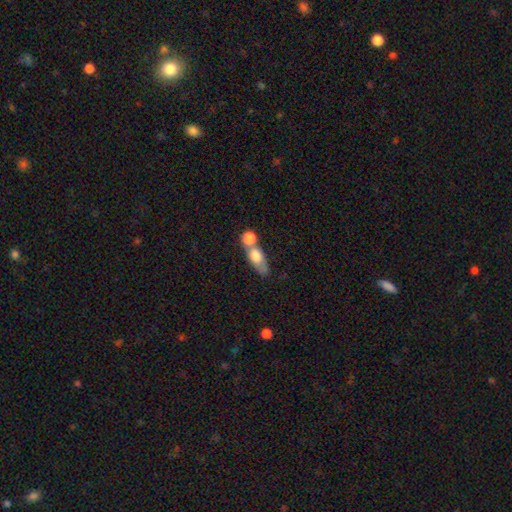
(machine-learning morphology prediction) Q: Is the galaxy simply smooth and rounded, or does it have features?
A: smooth — 71%.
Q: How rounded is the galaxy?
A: in between — 62%.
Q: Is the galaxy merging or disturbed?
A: merger — 58%.